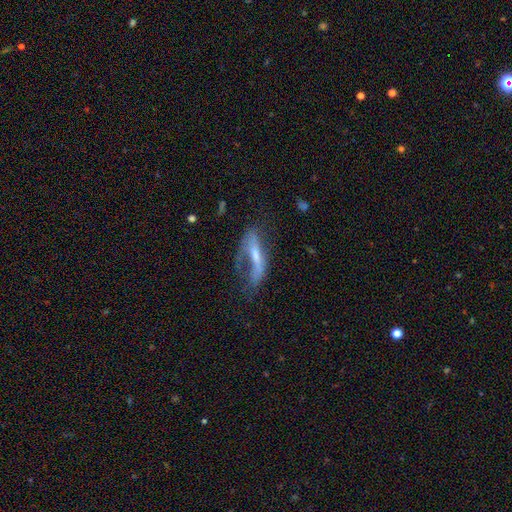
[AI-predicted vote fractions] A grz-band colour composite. It shows a featured or disk galaxy (56%). Merging: major disturbance (40%).